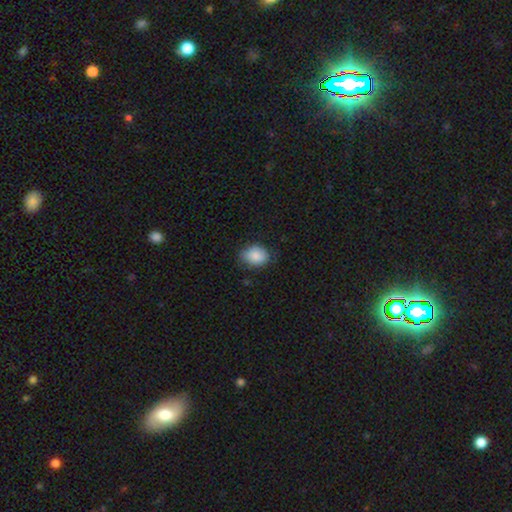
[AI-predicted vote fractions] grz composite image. It shows a smooth galaxy with no disk features (85%) that is in between round and cigar-shaped (58%). Merging: none (73%).